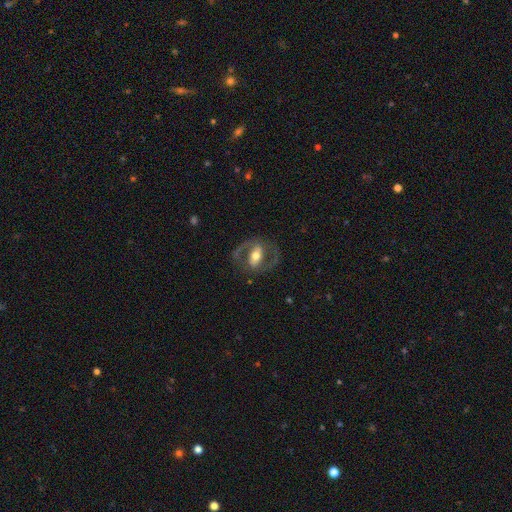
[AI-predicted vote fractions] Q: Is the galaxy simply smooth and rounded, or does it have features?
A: featured or disk — 80%.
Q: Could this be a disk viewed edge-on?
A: no — 93%.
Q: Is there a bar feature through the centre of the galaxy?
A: strong — 51%.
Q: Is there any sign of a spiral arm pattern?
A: yes — 79%.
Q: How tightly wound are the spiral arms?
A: medium — 55%.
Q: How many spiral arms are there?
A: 2 — 88%.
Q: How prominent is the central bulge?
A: moderate — 66%.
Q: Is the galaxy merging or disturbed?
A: none — 73%.